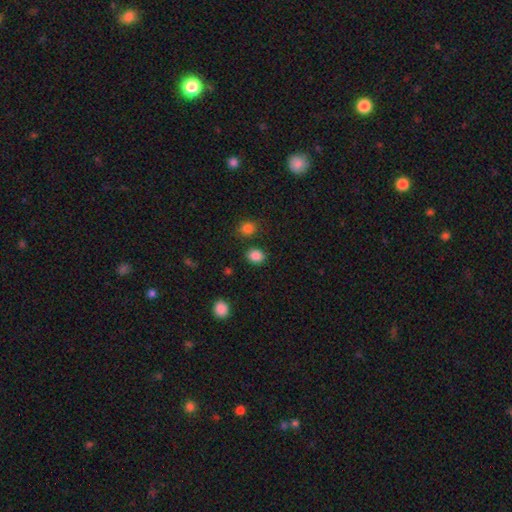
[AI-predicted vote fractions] A smooth galaxy with no disk features (86%) that is round (52%).

Vote fractions:
- Smooth or featured? smooth: 86% / star or artifact: 10% / featured or disk: 3%
- How rounded? round: 52% / in between: 47% / cigar-shaped: 1%
- Merging? none: 83% / minor disturbance: 9% / merger: 5% / major disturbance: 3%